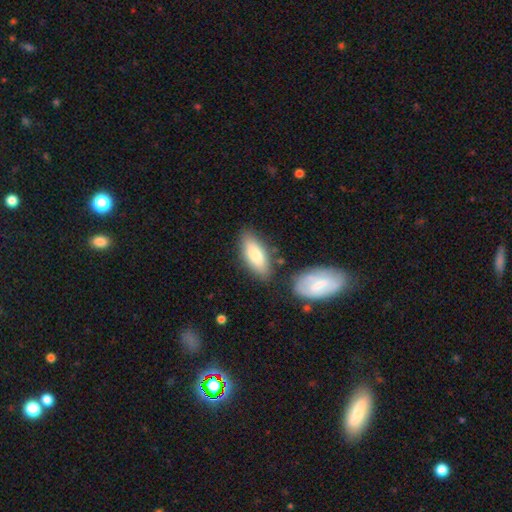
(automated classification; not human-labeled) This is likely a smooth galaxy (76%). How rounded: likely in between (74%). Merging: likely none (74%).